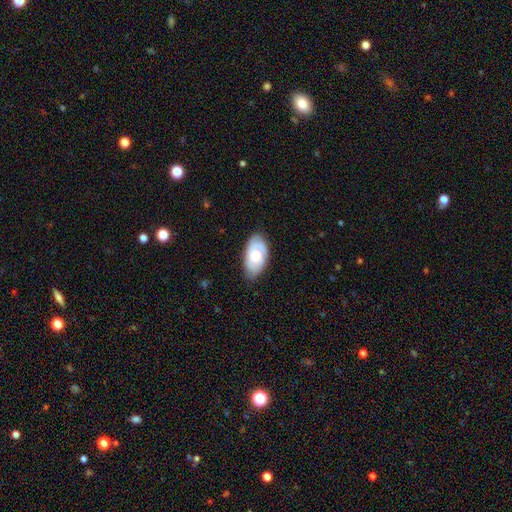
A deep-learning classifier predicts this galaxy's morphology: This appears to be a smooth galaxy with no disk features (47%, tied with featured or disk). Merging: none (74%).